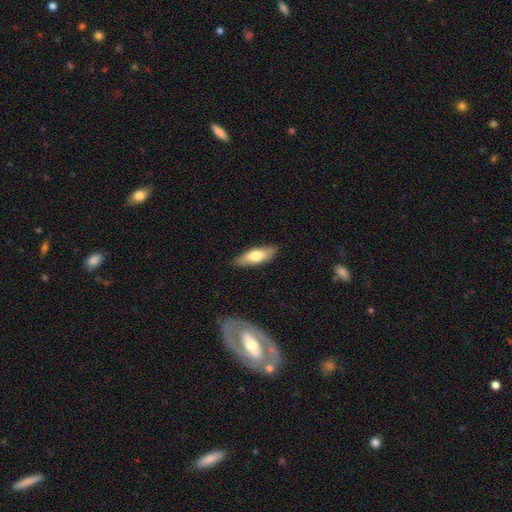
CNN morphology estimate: A smooth galaxy with no disk features (68%) that is in between round and cigar-shaped (61%). Merging: none (85%).